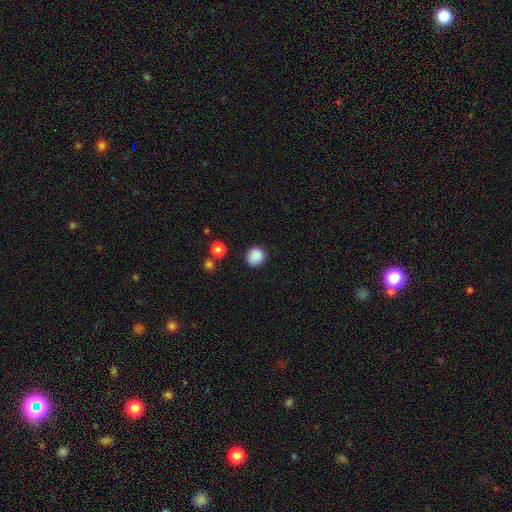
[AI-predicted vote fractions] smooth-or-featured: smooth: 87% | star or artifact: 9% | featured or disk: 3%
  how-rounded: round: 88% | in between: 12% | cigar-shaped: 1%
  merging: none: 86% | minor disturbance: 9% | major disturbance: 3% | merger: 2%